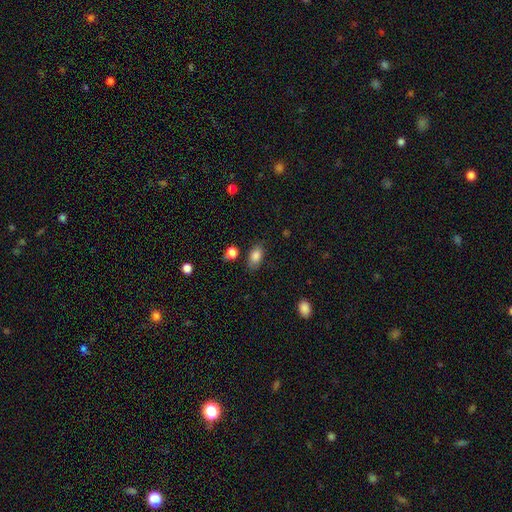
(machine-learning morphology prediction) A smooth galaxy with no disk features (84%) that is in between round and cigar-shaped (87%).

Vote fractions:
- Smooth or featured? smooth: 84% / star or artifact: 9% / featured or disk: 7%
- How rounded? in between: 87% / round: 9% / cigar-shaped: 3%
- Merging? none: 78% / minor disturbance: 15% / major disturbance: 4% / merger: 3%